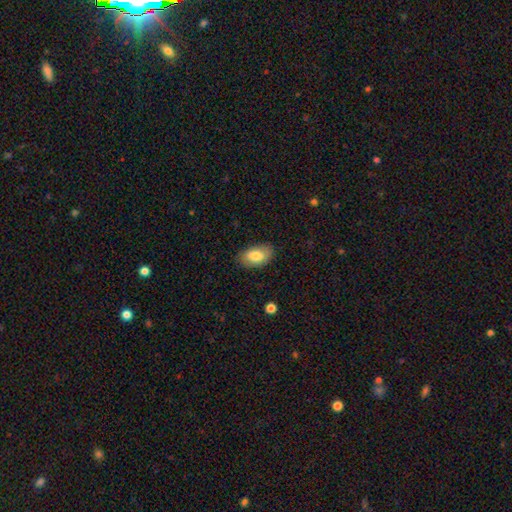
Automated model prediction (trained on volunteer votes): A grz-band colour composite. It shows a smooth galaxy with no disk features (80%) that is in between round and cigar-shaped (93%). Merging: none (83%).